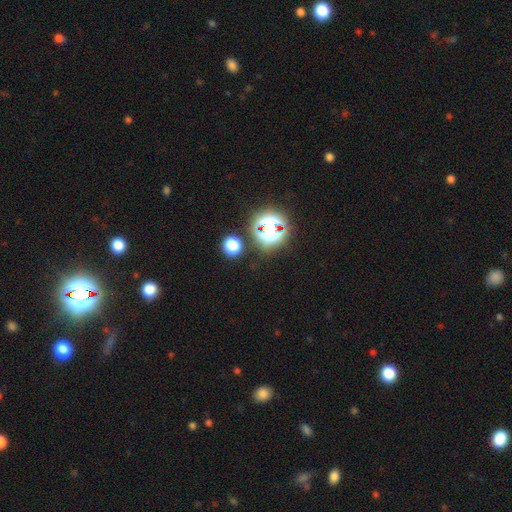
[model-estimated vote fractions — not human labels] smooth-or-featured: star or artifact: 78% | smooth: 16% | featured or disk: 6%